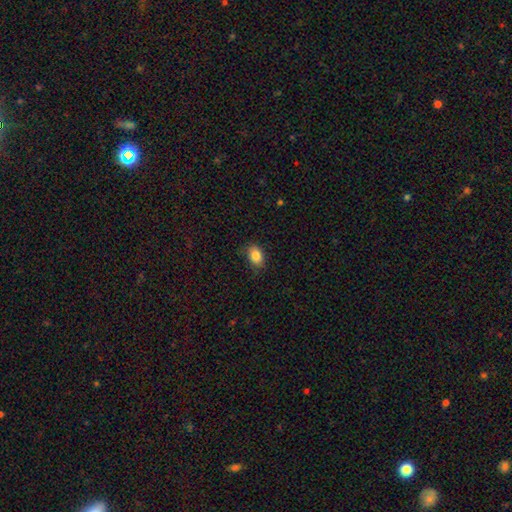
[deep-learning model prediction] Overall: smooth (85%). How rounded: in between (78%). Merging: none (81%).